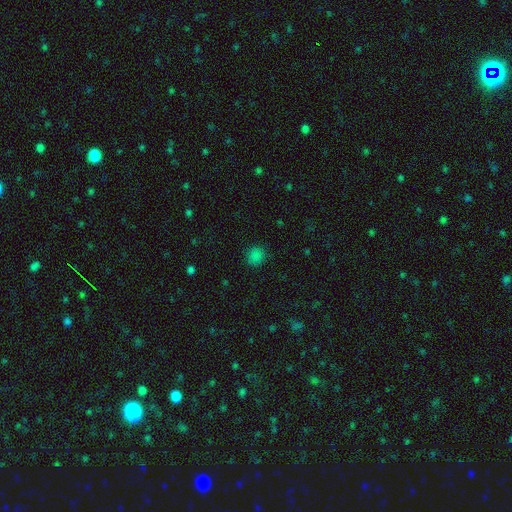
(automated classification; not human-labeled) Q: Smooth or featured?
A: smooth (81%); runner-up: star or artifact (16%)
Q: How rounded?
A: round (87%); runner-up: in between (12%)
Q: Merging?
A: none (88%); runner-up: minor disturbance (8%)